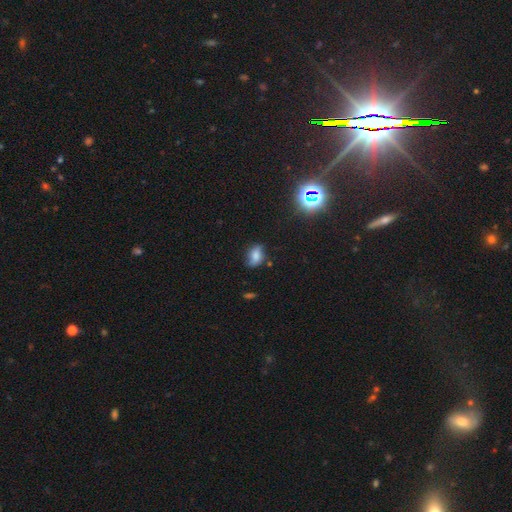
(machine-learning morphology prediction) The model was most divided on "merging": none: 66%, minor disturbance: 26%, major disturbance: 6%, merger: 3%. More confident: how rounded — in between (79%); smooth or featured — smooth (64%).